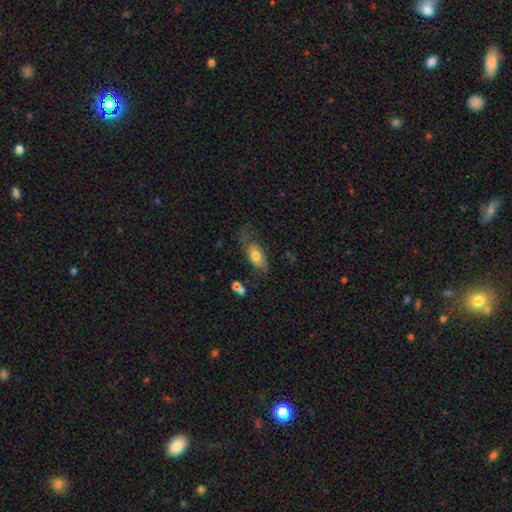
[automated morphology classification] This appears to be a smooth galaxy with no disk features (62%) that is in between round and cigar-shaped (84%). Merging: none (44%).